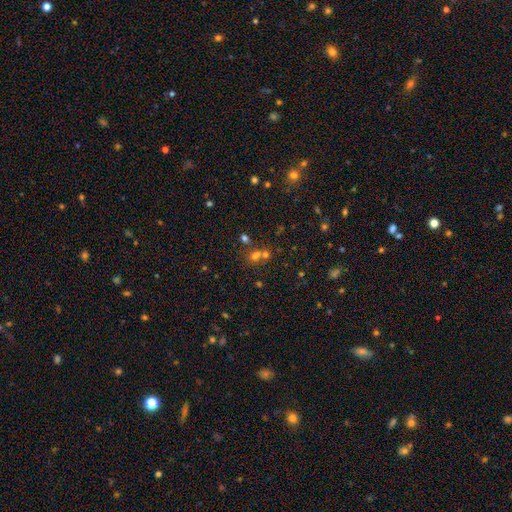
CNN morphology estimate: smooth_or_featured: smooth (p=0.56) [alt: star or artifact p=0.31]
how_rounded: round (p=0.66) [alt: in between p=0.32]
merging: merger (p=0.46) [alt: none p=0.43]